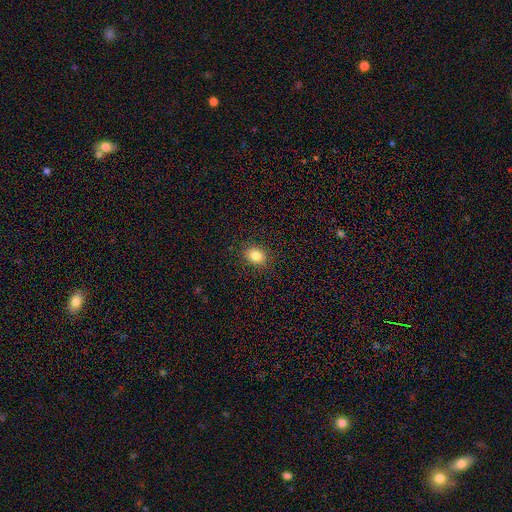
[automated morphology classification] This appears to be a smooth galaxy with no disk features (83%) that is round (51%). Merging: none (89%).